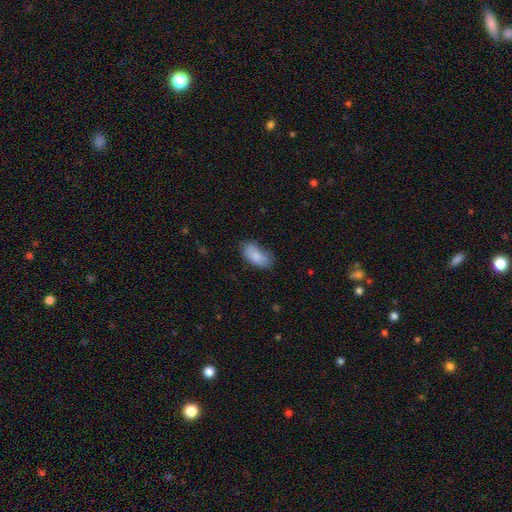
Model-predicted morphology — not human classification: This is clearly a smooth galaxy (82%). How rounded: clearly in between (93%). Merging: likely none (62%).